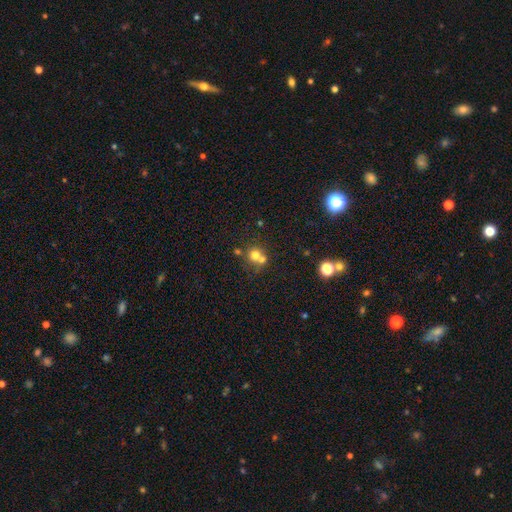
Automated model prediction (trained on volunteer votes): Smooth or featured: smooth — 69% (star or artifact — 16%)
How rounded: round — 86% (in between — 13%)
Merging: merger — 47% (none — 43%)